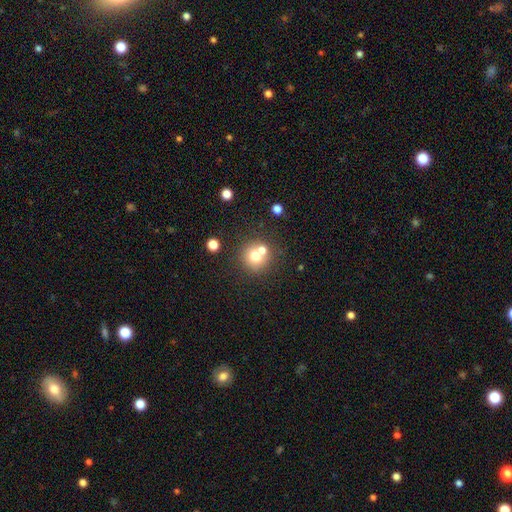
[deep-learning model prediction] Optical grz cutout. It shows a smooth galaxy with no disk features (69%) that is round (91%). Merging: none (56%).